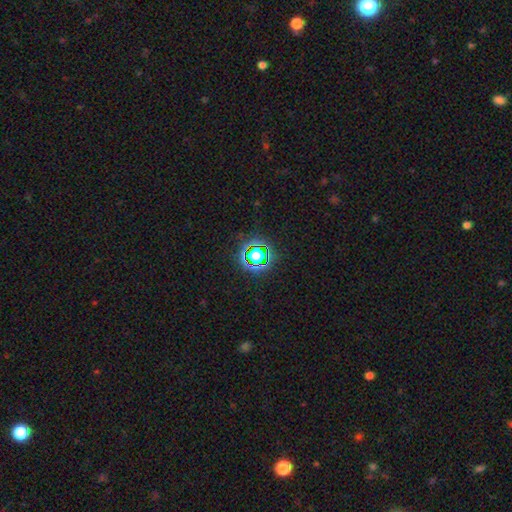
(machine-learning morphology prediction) Smooth or featured?
  - star or artifact: 75% *
  - smooth: 17%
  - featured or disk: 8%